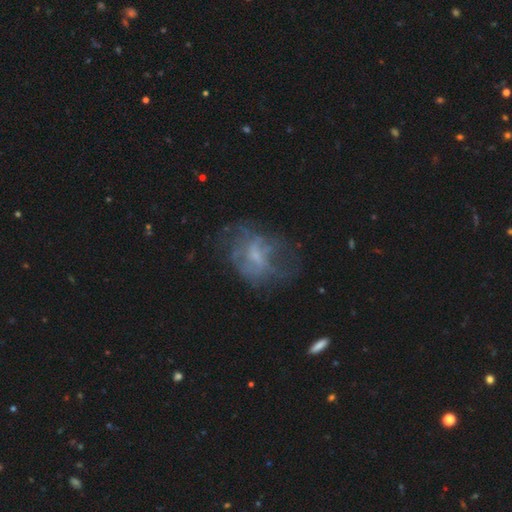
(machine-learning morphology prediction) This is possibly a featured or disk galaxy (57%). It is clearly not viewed edge-on (97%). Bar: likely no (62%). Spiral arm pattern: likely no (65%). Central bulge: marginally small (41%). Merging: possibly none (47%).